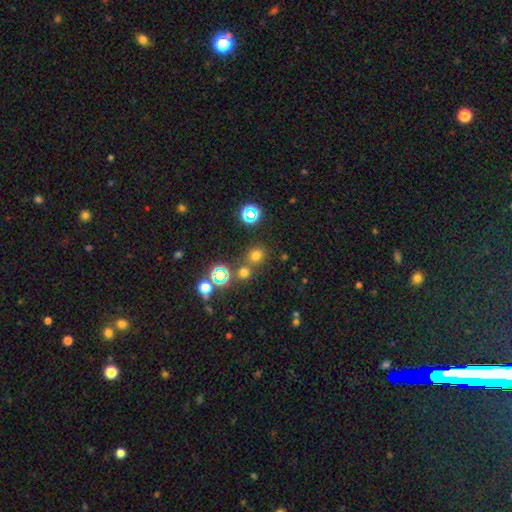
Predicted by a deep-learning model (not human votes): Smooth or featured: smooth — 62% (star or artifact — 32%)
How rounded: round — 89% (in between — 10%)
Merging: none — 71% (merger — 19%)